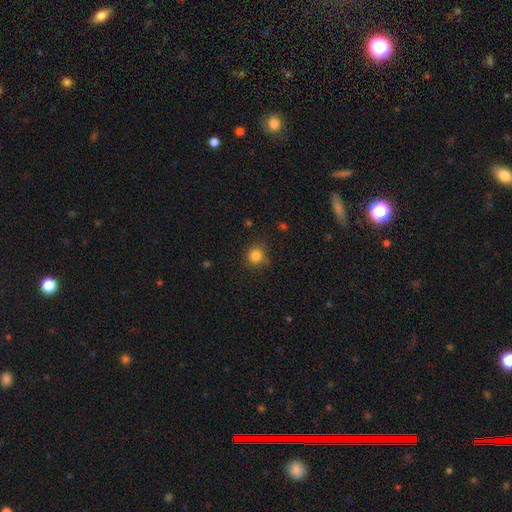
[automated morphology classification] Smooth or featured? Predicted: smooth (p=0.83). How rounded? Predicted: round (p=0.89). Merging? Predicted: none (p=0.80).